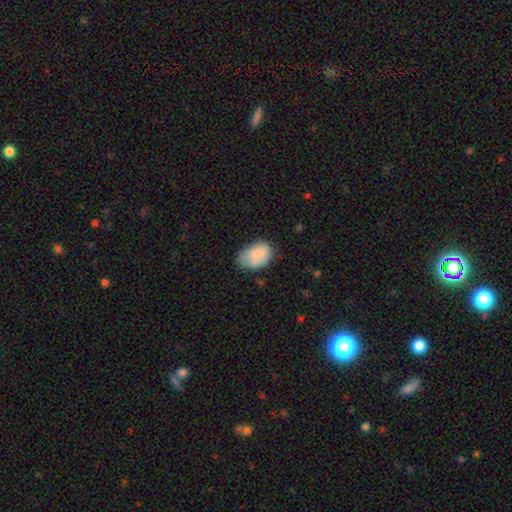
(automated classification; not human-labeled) A smooth galaxy with no disk features (79%) that is in between round and cigar-shaped (85%).

Vote fractions:
- Smooth or featured? smooth: 79% / featured or disk: 14% / star or artifact: 7%
- How rounded? in between: 85% / round: 14% / cigar-shaped: 1%
- Merging? none: 55% / minor disturbance: 33% / major disturbance: 9% / merger: 3%